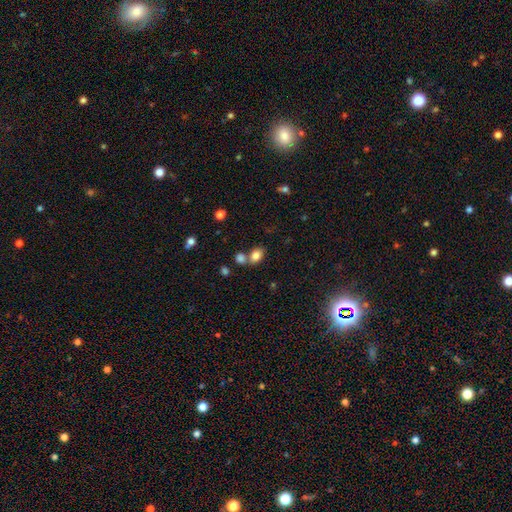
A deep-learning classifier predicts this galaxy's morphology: Smooth or featured?
  - smooth: 82% *
  - star or artifact: 10%
  - featured or disk: 8%
How rounded?
  - in between: 75% *
  - round: 24%
  - cigar-shaped: 1%
Merging?
  - none: 53% *
  - merger: 32%
  - minor disturbance: 11%
  - major disturbance: 4%